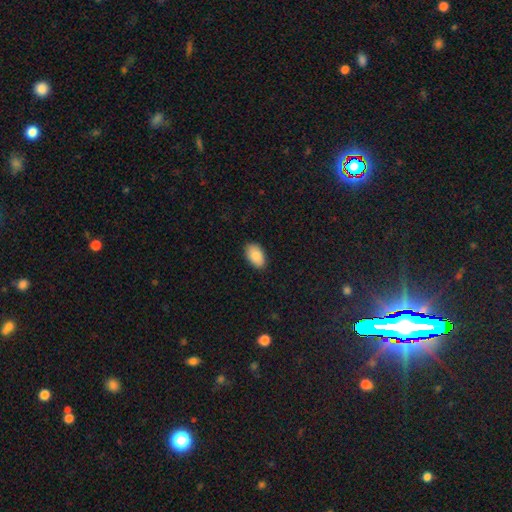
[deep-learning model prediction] Smooth or featured? Predicted: smooth (p=0.89). How rounded? Predicted: in between (p=0.94). Merging? Predicted: none (p=0.87).